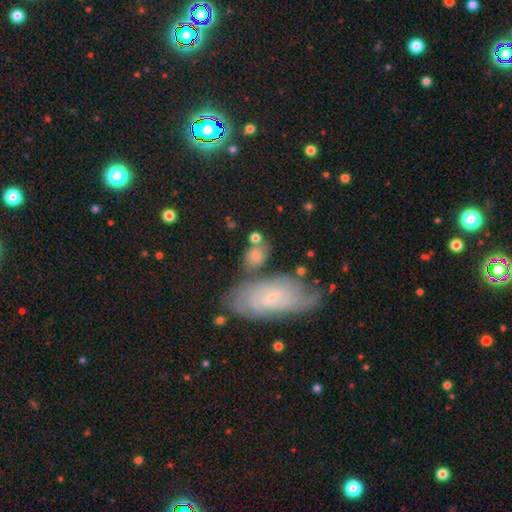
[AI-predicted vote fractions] Smooth or featured? smooth (62%)
How rounded? in between (65%)
Merging? none (53%)